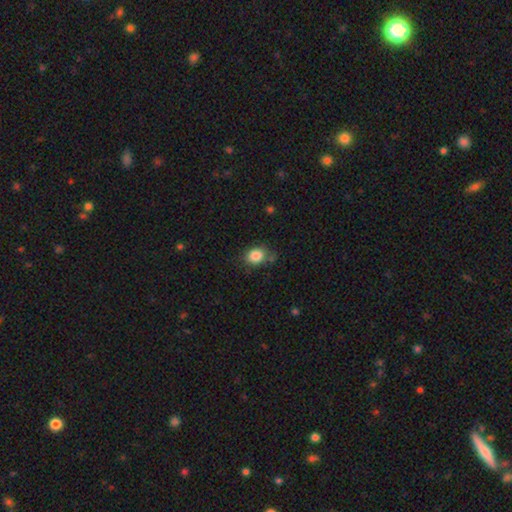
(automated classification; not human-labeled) Q: Smooth or featured?
A: smooth (85%); runner-up: star or artifact (9%)
Q: How rounded?
A: round (54%); runner-up: in between (45%)
Q: Merging?
A: none (72%); runner-up: minor disturbance (19%)